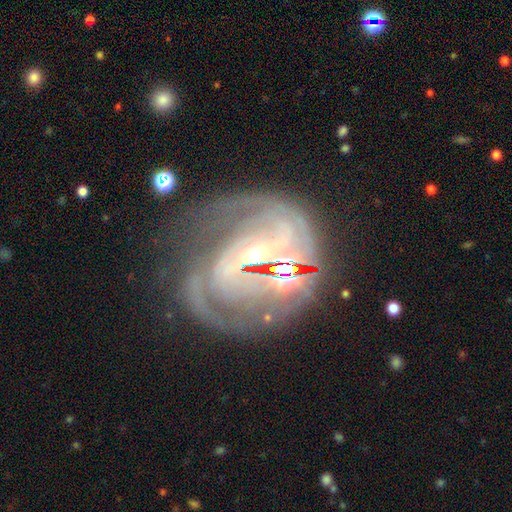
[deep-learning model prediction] Smooth or featured? featured or disk (82%)
Edge-on disk? no (97%)
Bar? no (41%)
Spiral arms? yes (89%)
Spiral winding? tight (51%)
Spiral arm count? 2 (40%)
Bulge size? small (60%)
Merging? none (50%)